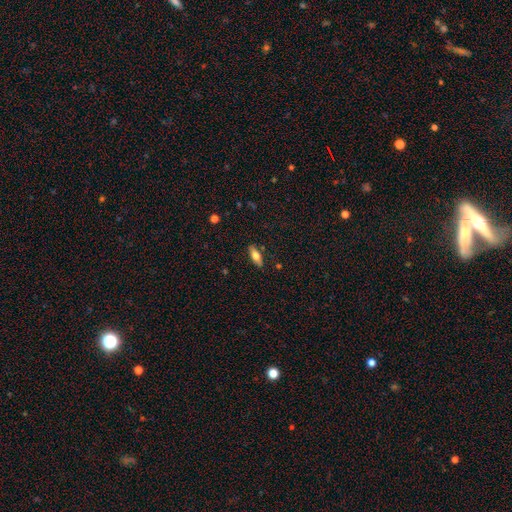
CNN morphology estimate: Overall: smooth (63%; featured or disk 30%). How rounded: in between (69%). Merging: none (87%).